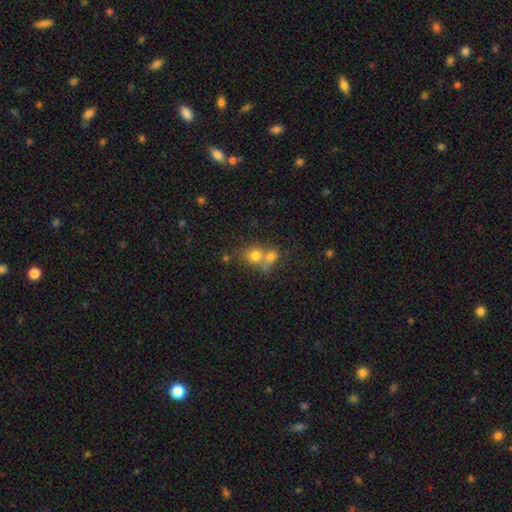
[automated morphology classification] Smooth or featured? smooth (73%)
How rounded? round (68%)
Merging? merger (58%)